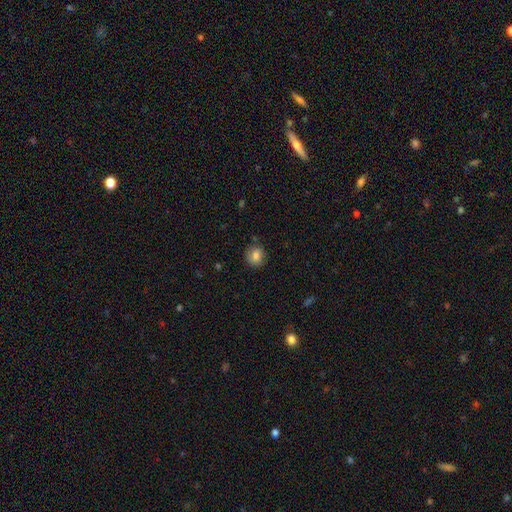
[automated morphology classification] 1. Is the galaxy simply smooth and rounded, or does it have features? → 83% smooth, 10% star or artifact, 8% featured or disk.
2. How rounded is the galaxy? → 81% round, 18% in between, 1% cigar-shaped.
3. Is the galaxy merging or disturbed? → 82% none, 13% minor disturbance, 3% major disturbance, 2% merger.